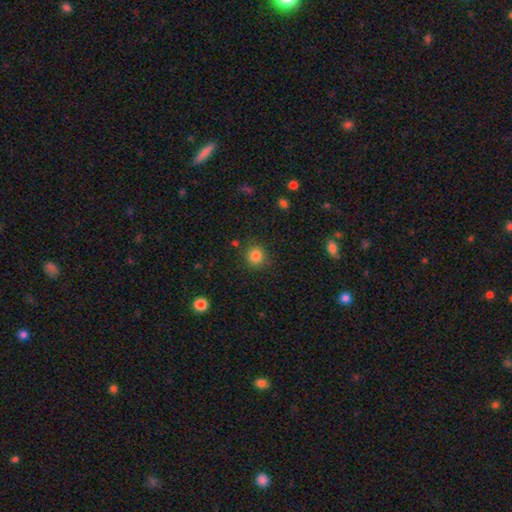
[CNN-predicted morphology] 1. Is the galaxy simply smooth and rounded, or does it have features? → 84% smooth, 12% star or artifact, 5% featured or disk.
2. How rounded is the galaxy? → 89% round, 10% in between, 1% cigar-shaped.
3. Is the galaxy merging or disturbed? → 87% none, 9% minor disturbance, 3% major disturbance, 2% merger.